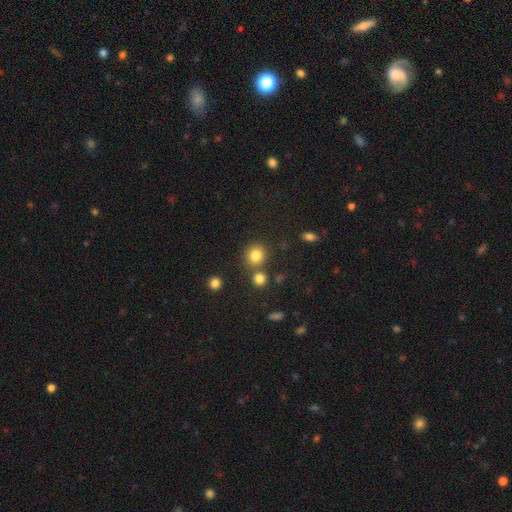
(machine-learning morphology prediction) This is clearly a smooth galaxy (81%). How rounded: clearly round (85%). Merging: likely none (74%).